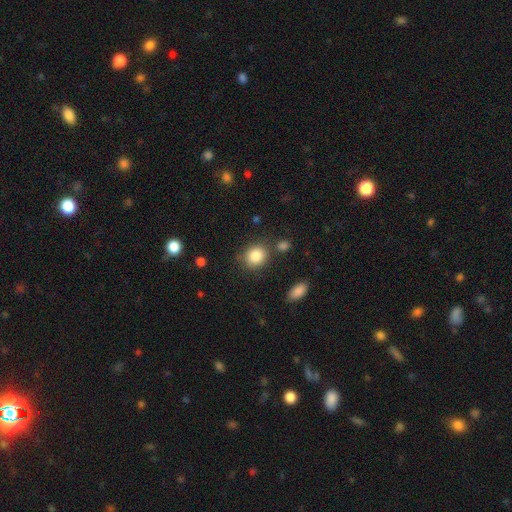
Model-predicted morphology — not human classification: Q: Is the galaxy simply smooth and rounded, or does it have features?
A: smooth — 86%.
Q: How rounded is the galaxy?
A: round — 71%.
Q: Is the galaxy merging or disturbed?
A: none — 76%.